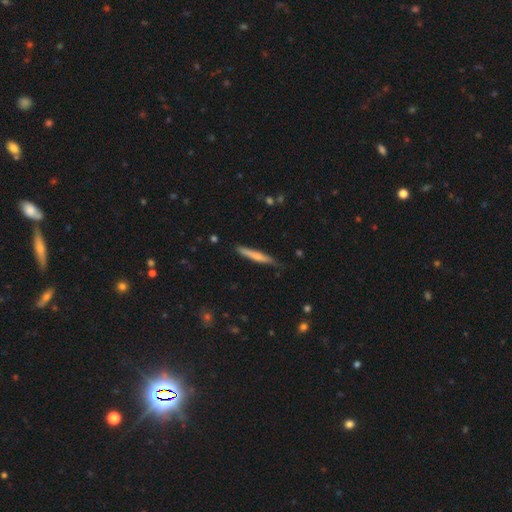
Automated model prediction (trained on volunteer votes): Smooth or featured? smooth (62%)
How rounded? cigar-shaped (94%)
Merging? none (78%)